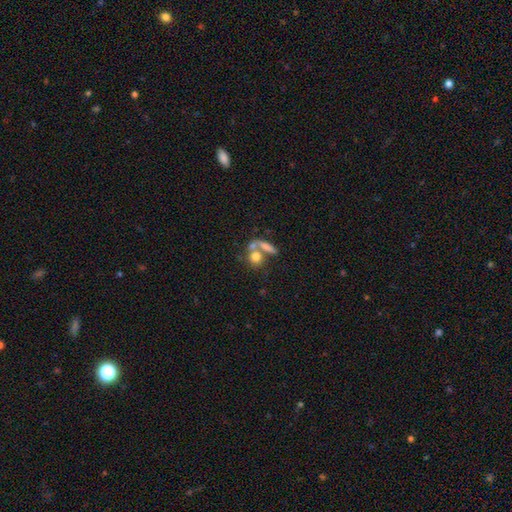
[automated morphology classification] This appears to be a smooth galaxy with no disk features (72%) that is round (65%). Merging: merger (45%).